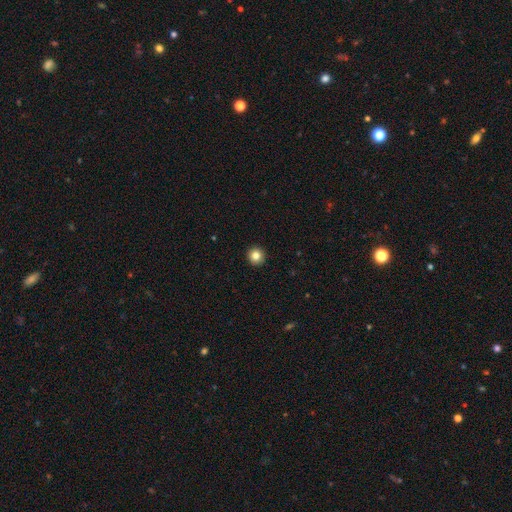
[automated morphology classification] smooth 84%, star or artifact 11%, featured or disk 5%. Down the decision tree: how rounded — round (95%); merging — none (94%).